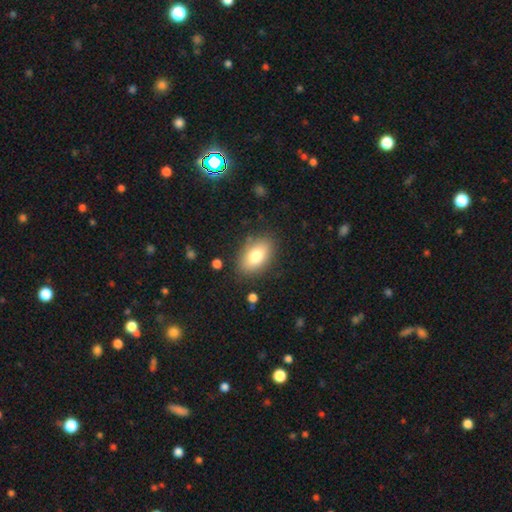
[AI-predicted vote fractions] smooth_or_featured: smooth (p=0.78) [alt: featured or disk p=0.14]
how_rounded: in between (p=0.89) [alt: round p=0.08]
merging: none (p=0.82) [alt: minor disturbance p=0.12]